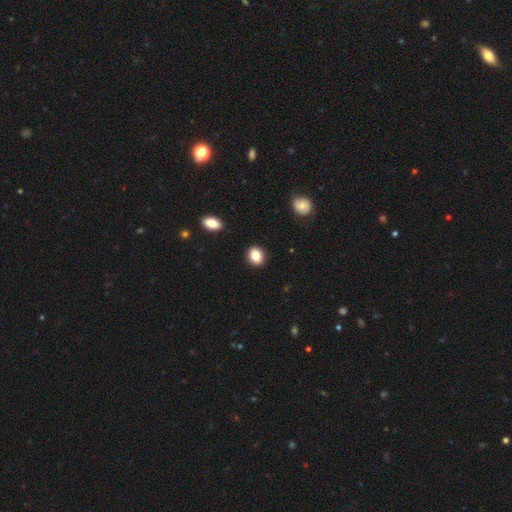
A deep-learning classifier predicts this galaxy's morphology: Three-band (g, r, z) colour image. It shows a smooth galaxy with no disk features (84%) that is round (63%). Merging: none (90%).